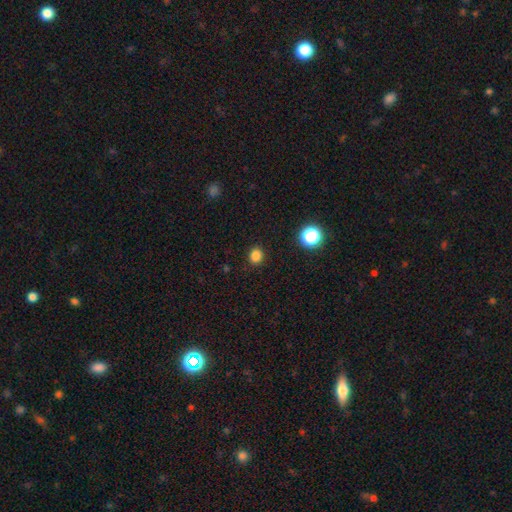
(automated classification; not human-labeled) This appears to be a smooth galaxy with no disk features (83%) that is round (77%). Merging: none (90%).